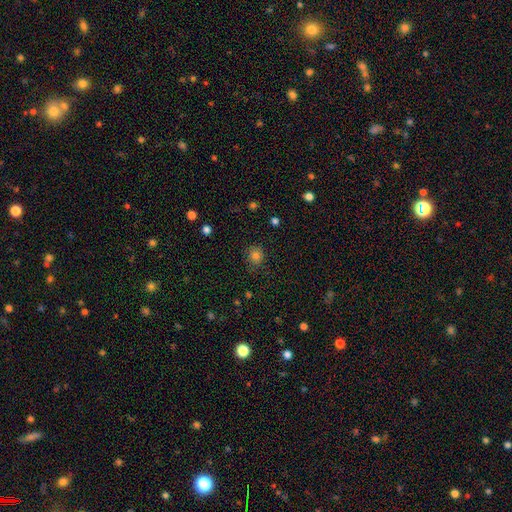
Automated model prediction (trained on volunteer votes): Overall: smooth (80%). How rounded: round (79%). Merging: none (78%).